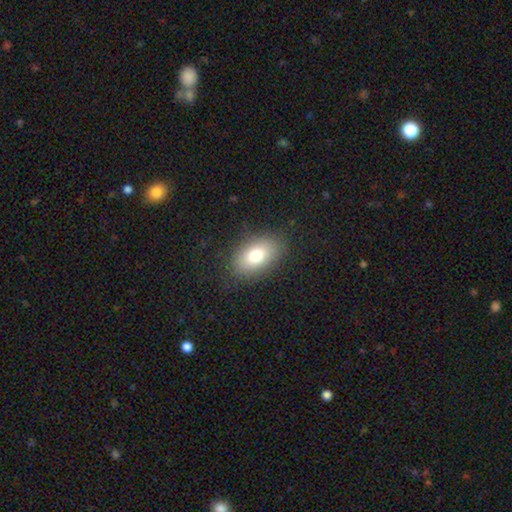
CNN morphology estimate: Smooth or featured? Predicted: smooth (p=0.78). How rounded? Predicted: in between (p=0.89). Merging? Predicted: none (p=0.84).